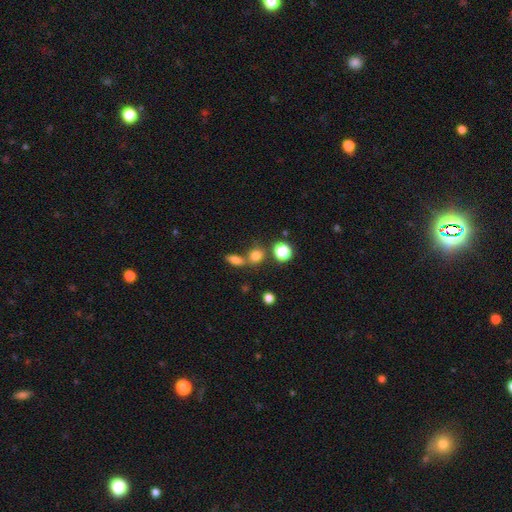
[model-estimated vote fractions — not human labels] A smooth galaxy with no disk features (77%) that is round (61%).

Vote fractions:
- Smooth or featured? smooth: 77% / star or artifact: 15% / featured or disk: 8%
- How rounded? round: 61% / in between: 36% / cigar-shaped: 2%
- Merging? none: 58% / merger: 27% / minor disturbance: 10% / major disturbance: 4%